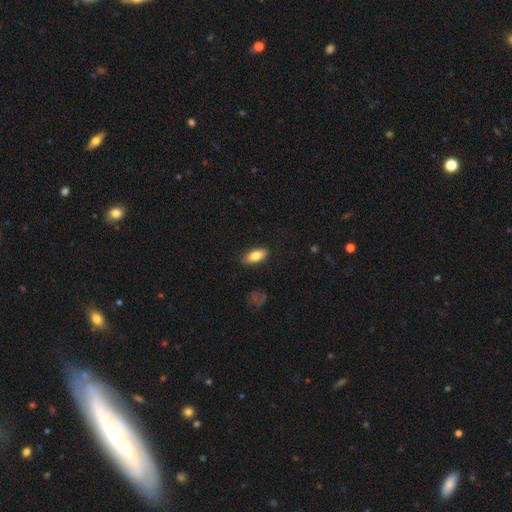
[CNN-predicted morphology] This is clearly a smooth galaxy (80%). How rounded: clearly in between (84%). Merging: clearly none (87%).